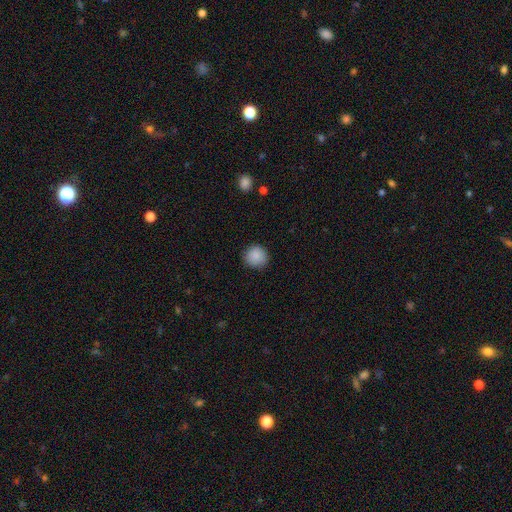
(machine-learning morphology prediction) Smooth or featured? Predicted: smooth (p=0.88). How rounded? Predicted: round (p=0.91). Merging? Predicted: none (p=0.87).